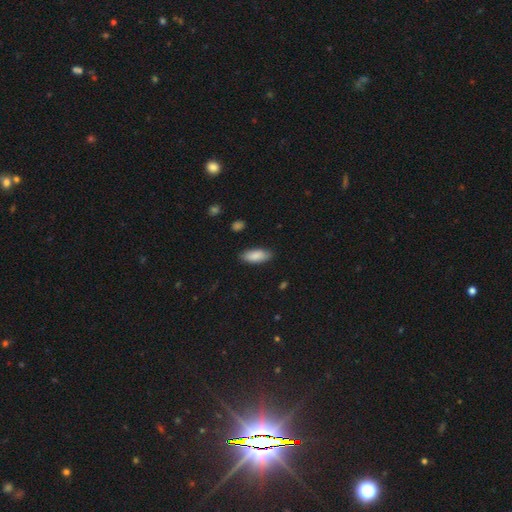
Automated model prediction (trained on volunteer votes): smooth-or-featured: smooth: 88% | featured or disk: 7% | star or artifact: 6%
  how-rounded: in between: 83% | cigar-shaped: 15% | round: 2%
  merging: none: 86% | minor disturbance: 11% | major disturbance: 2% | merger: 1%